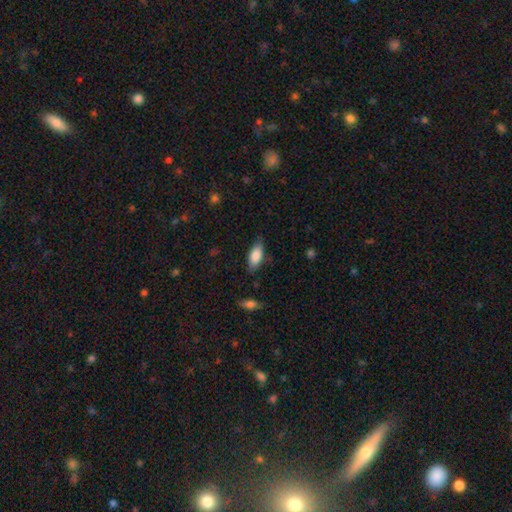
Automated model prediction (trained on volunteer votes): smooth_or_featured: smooth (p=0.84) [alt: featured or disk p=0.10]
how_rounded: in between (p=0.82) [alt: cigar-shaped p=0.16]
merging: none (p=0.78) [alt: minor disturbance p=0.17]